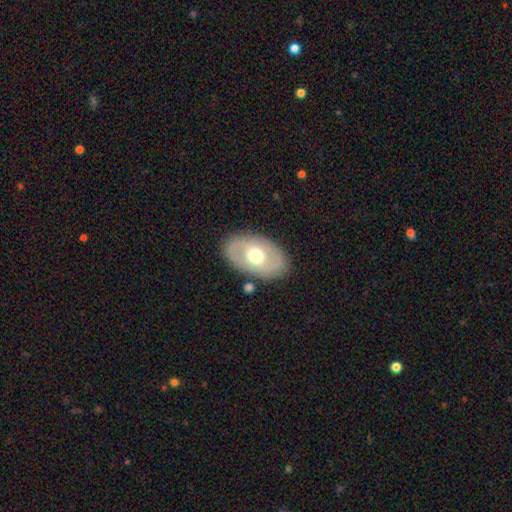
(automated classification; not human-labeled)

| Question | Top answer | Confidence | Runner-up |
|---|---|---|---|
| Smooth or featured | featured or disk | 50% | smooth (44%) |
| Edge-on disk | no | 89% | yes (11%) |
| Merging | none | 83% | minor disturbance (11%) |